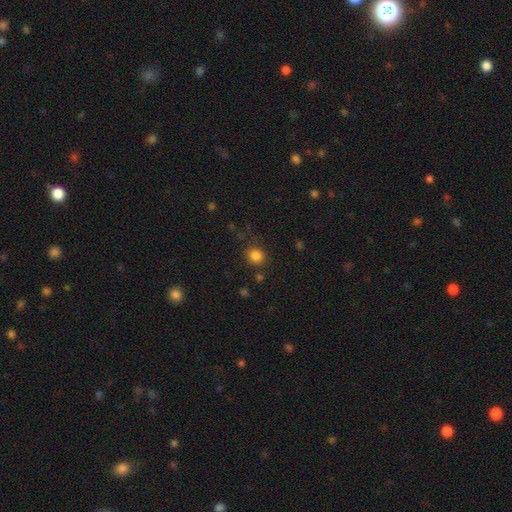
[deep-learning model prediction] This appears to be a smooth galaxy with no disk features (84%) that is round (79%). Merging: none (82%).